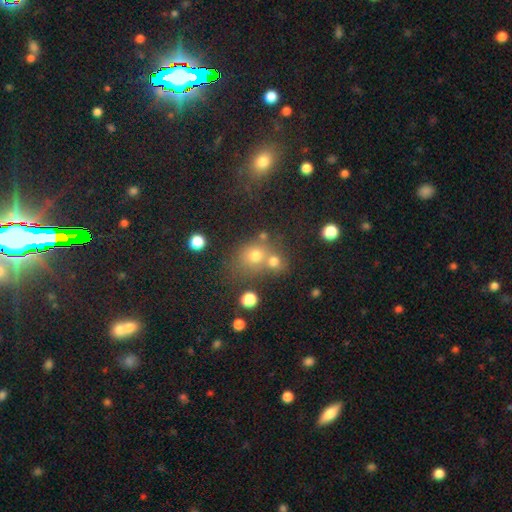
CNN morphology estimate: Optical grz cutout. It shows a smooth galaxy with no disk features (63%) that is round (73%). Merging: none (51%).